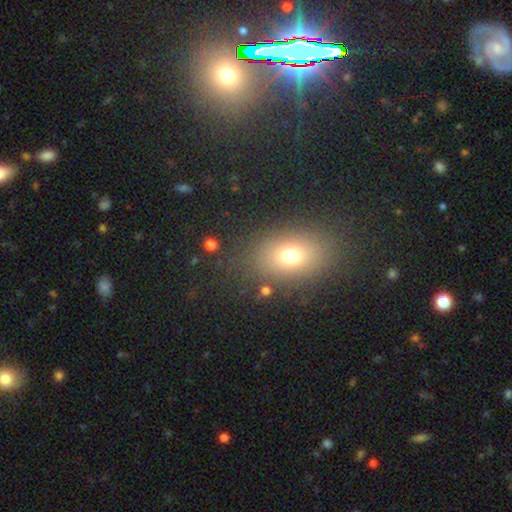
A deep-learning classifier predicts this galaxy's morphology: Smooth or featured? Predicted: smooth (p=0.64). How rounded? Predicted: in between (p=0.77). Merging? Predicted: none (p=0.85).